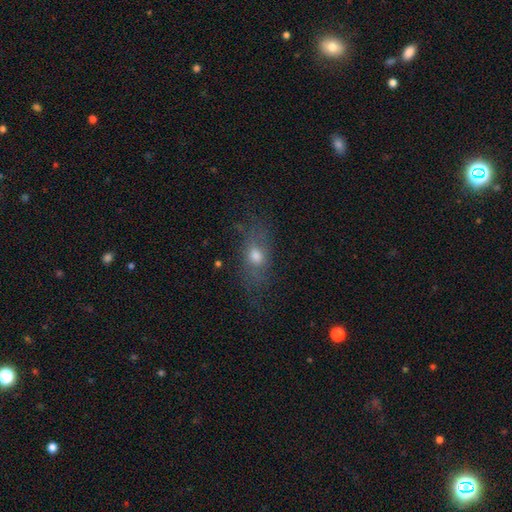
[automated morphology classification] A smooth galaxy with no disk features (57%) that is in between round and cigar-shaped (64%).

Vote fractions:
- Smooth or featured? smooth: 57% / featured or disk: 28% / star or artifact: 15%
- How rounded? in between: 64% / cigar-shaped: 20% / round: 16%
- Merging? none: 67% / minor disturbance: 19% / major disturbance: 12% / merger: 2%